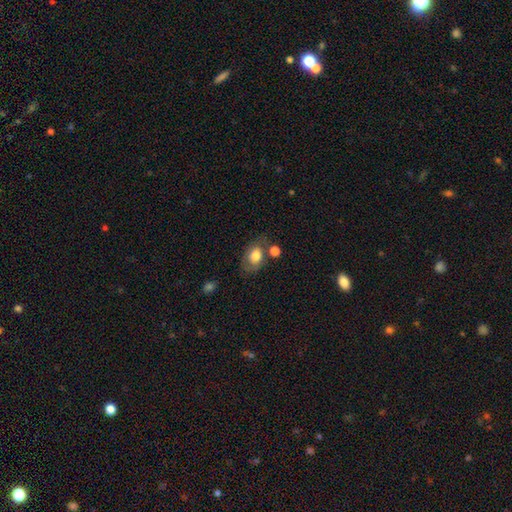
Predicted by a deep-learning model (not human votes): A smooth galaxy with no disk features (72%) that is in between round and cigar-shaped (76%).

Vote fractions:
- Smooth or featured? smooth: 72% / featured or disk: 20% / star or artifact: 8%
- How rounded? in between: 76% / round: 23% / cigar-shaped: 1%
- Merging? none: 54% / minor disturbance: 21% / merger: 16% / major disturbance: 9%